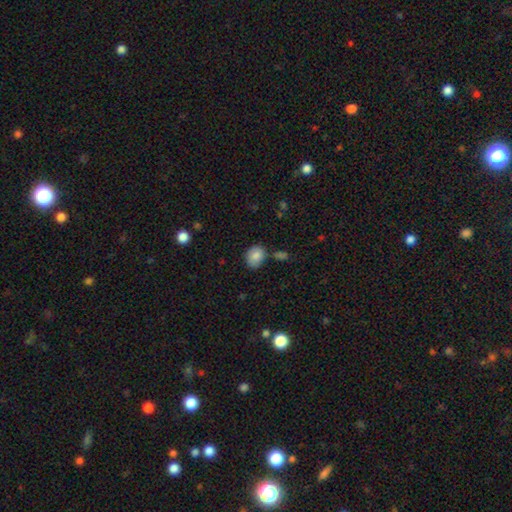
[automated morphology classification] Smooth or featured? Predicted: smooth (p=0.84). How rounded? Predicted: in between (p=0.60). Merging? Predicted: none (p=0.71).